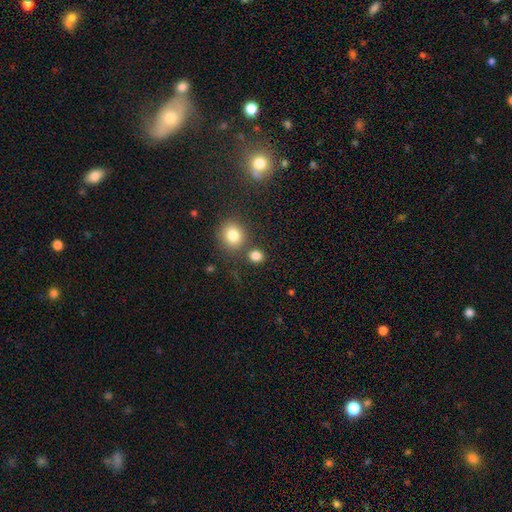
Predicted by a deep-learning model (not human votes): Q: Smooth or featured?
A: smooth (81%); runner-up: star or artifact (13%)
Q: How rounded?
A: round (73%); runner-up: in between (26%)
Q: Merging?
A: none (73%); runner-up: merger (14%)